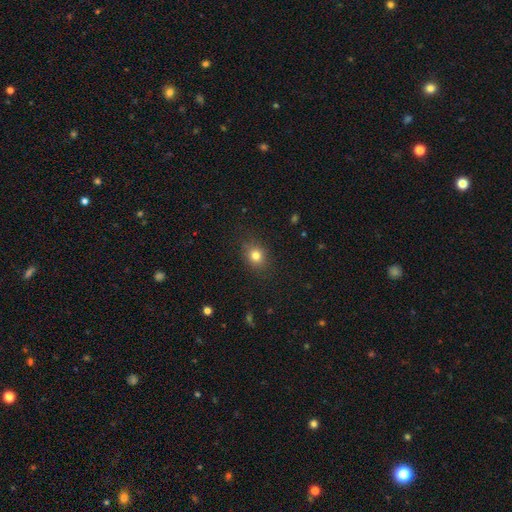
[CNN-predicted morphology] A smooth galaxy with no disk features (80%) that is round (59%).

Vote fractions:
- Smooth or featured? smooth: 80% / star or artifact: 12% / featured or disk: 8%
- How rounded? round: 59% / in between: 40% / cigar-shaped: 1%
- Merging? none: 84% / minor disturbance: 11% / major disturbance: 3% / merger: 1%